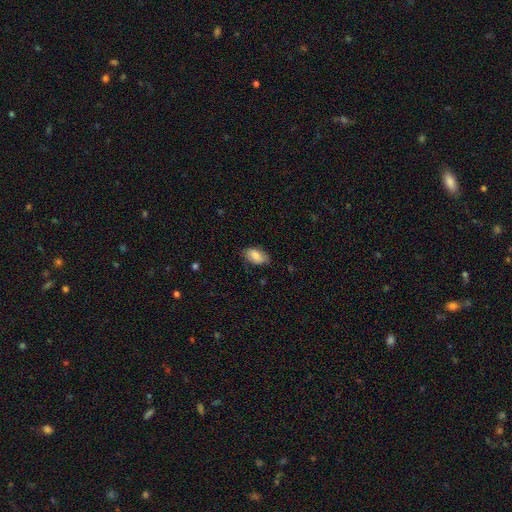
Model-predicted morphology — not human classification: Overall: smooth (82%). How rounded: in between (93%). Merging: none (76%).